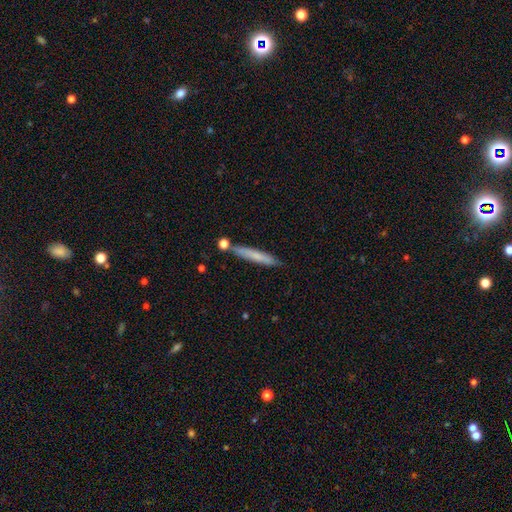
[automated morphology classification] smooth-or-featured: smooth: 65% | featured or disk: 29% | star or artifact: 7%
  how-rounded: cigar-shaped: 94% | in between: 4% | round: 1%
  merging: none: 79% | minor disturbance: 12% | merger: 6% | major disturbance: 3%